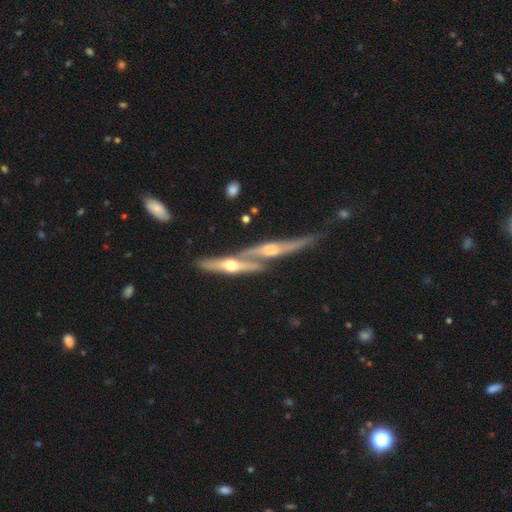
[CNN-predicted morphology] Smooth or featured?
  - featured or disk: 49% *
  - star or artifact: 29%
  - smooth: 23%
Merging?
  - none: 48% *
  - merger: 28%
  - minor disturbance: 13%
  - major disturbance: 11%